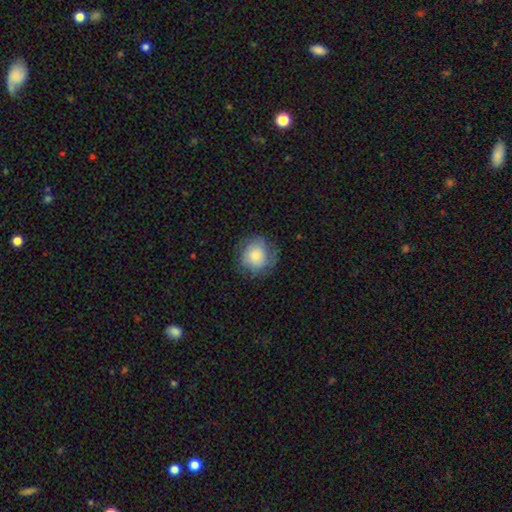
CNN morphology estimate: type=smooth (72%); roundness=round (87%); merging=none (71%).